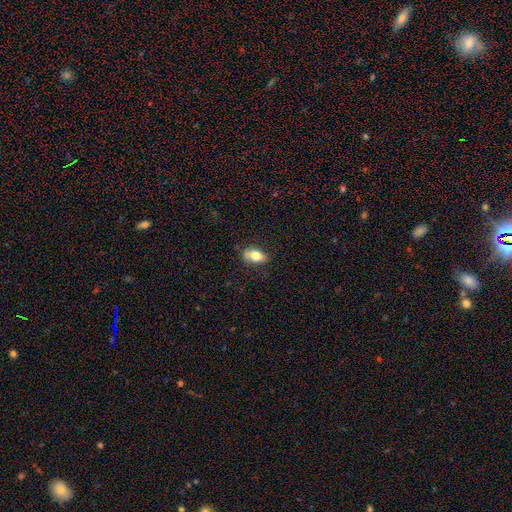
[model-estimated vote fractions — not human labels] Smooth or featured? Predicted: smooth (p=0.75). How rounded? Predicted: in between (p=0.87). Merging? Predicted: none (p=0.75).